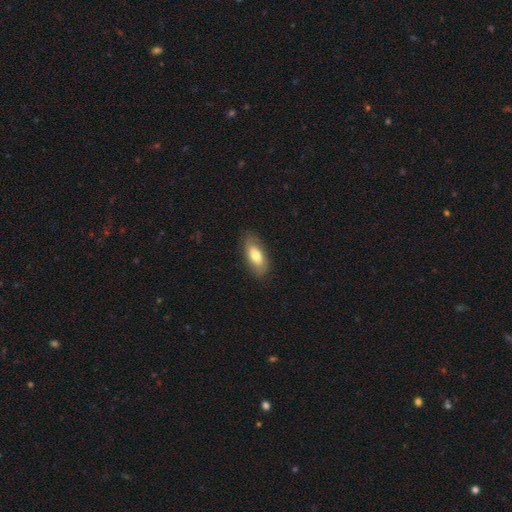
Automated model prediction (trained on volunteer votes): smooth-or-featured: smooth: 73% | featured or disk: 21% | star or artifact: 6%
  how-rounded: in between: 83% | cigar-shaped: 13% | round: 3%
  merging: none: 83% | minor disturbance: 13% | major disturbance: 3% | merger: 1%